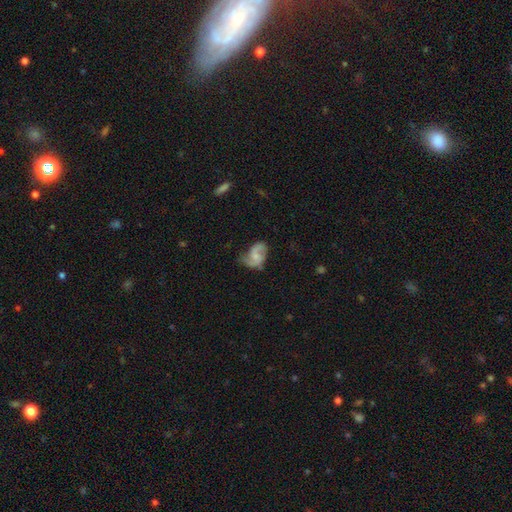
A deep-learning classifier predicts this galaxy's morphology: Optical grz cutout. It shows a featured or disk galaxy (69%) with no bar (54%), 2 (81%) medium (44%) spiral arms (91%) and a small central bulge (40%). Merging: none (48%).